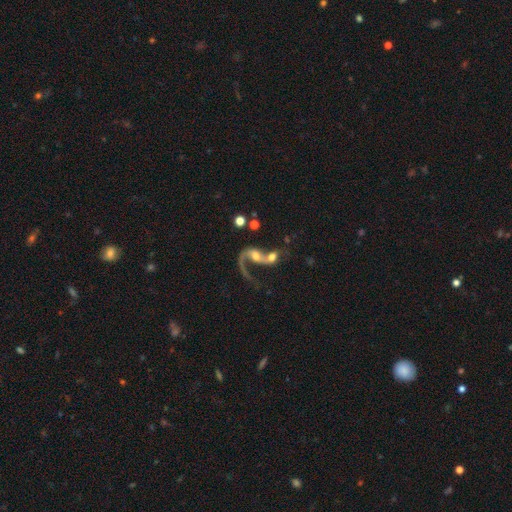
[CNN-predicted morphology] featured or disk 70%, smooth 21%, star or artifact 9%. Down the decision tree: edge-on disk — no (95%); bar — no (57%); spiral arms — yes (81%); spiral arm count — 1 (60%); spiral winding — loose (82%); bulge size — moderate (49%); merging — merger (67%).